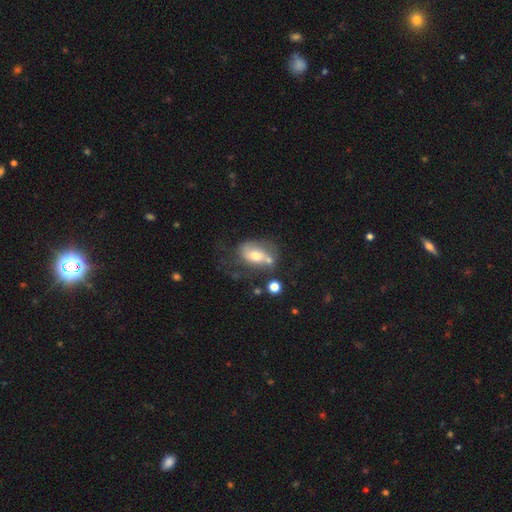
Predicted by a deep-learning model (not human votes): Morphology: type=featured or disk (48%); merging=none (33%).